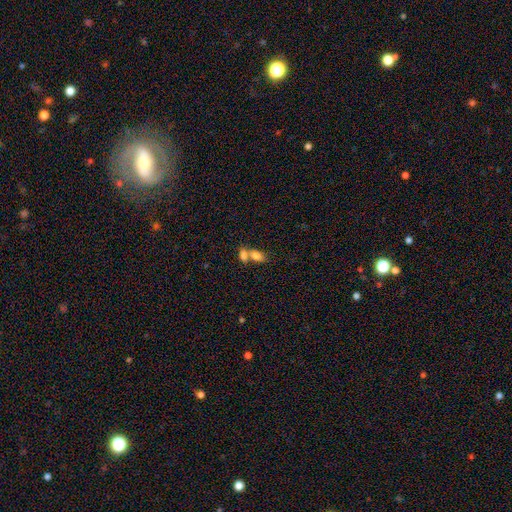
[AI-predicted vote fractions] Smooth or featured? smooth (81%)
How rounded? in between (88%)
Merging? merger (61%)